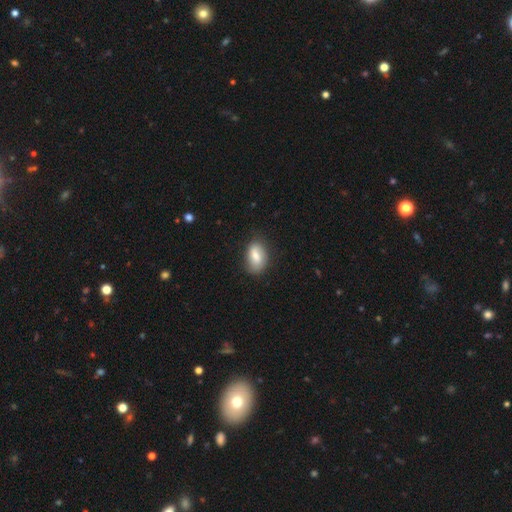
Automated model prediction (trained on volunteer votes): A smooth galaxy with no disk features (72%) that is in between round and cigar-shaped (89%). Merging: none (74%).